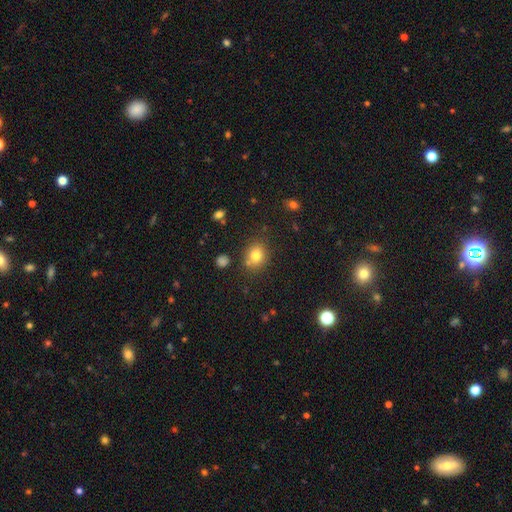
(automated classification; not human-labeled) Q: Smooth or featured?
A: smooth (79%); runner-up: star or artifact (12%)
Q: How rounded?
A: round (60%); runner-up: in between (39%)
Q: Merging?
A: none (74%); runner-up: minor disturbance (13%)